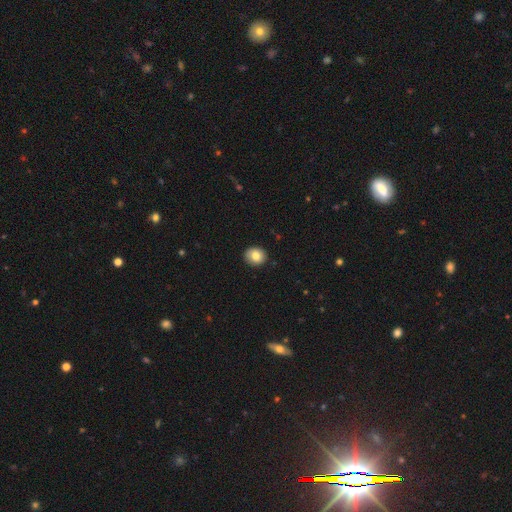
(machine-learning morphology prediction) Smooth or featured? smooth (83%)
How rounded? round (71%)
Merging? none (88%)